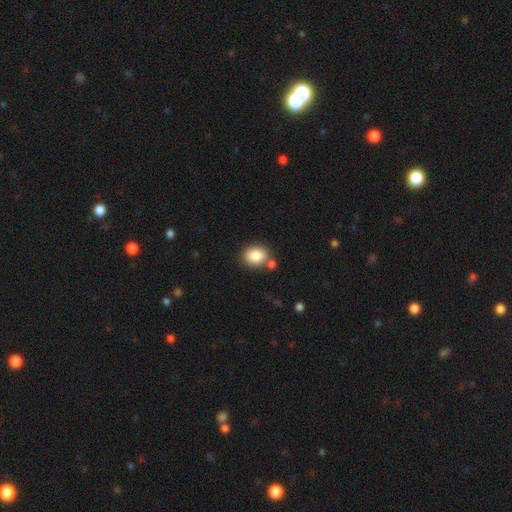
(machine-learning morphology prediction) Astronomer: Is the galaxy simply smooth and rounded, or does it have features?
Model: smooth — 85%.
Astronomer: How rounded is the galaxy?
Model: round — 52% (runner-up: in between, 47%).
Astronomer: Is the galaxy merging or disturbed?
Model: none — 69%.